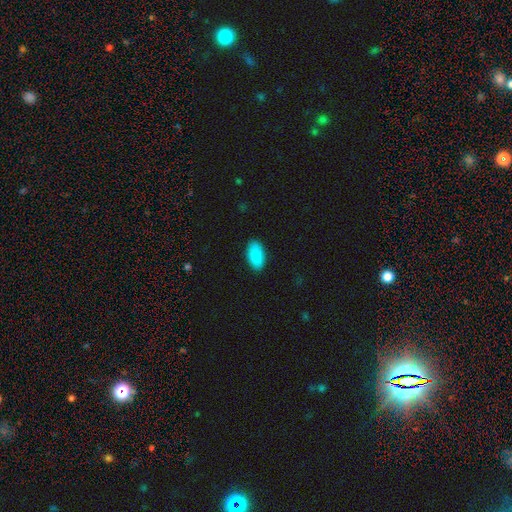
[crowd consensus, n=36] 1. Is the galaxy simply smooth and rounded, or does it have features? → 92% smooth, 8% star or artifact, 0% featured or disk.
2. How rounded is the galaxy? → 94% in between, 3% round, 3% cigar-shaped.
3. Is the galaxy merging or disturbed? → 85% none, 9% minor disturbance, 3% major disturbance, 3% merger.